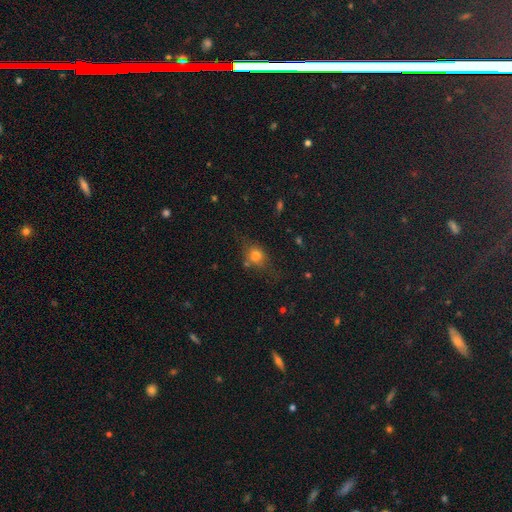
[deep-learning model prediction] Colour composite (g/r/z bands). It shows a smooth galaxy with no disk features (72%) that is round (56%). Merging: none (61%).